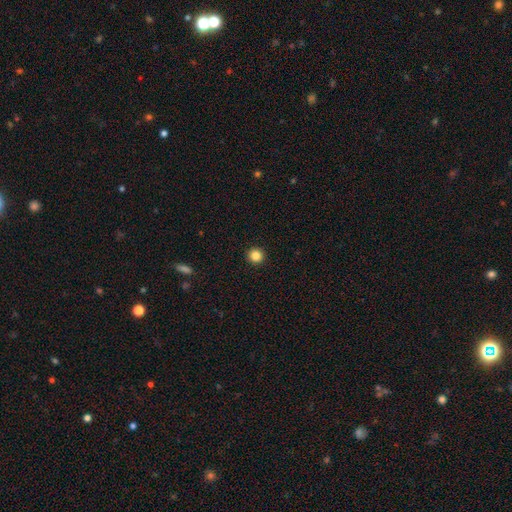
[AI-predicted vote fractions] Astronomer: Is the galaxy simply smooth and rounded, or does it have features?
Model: smooth — 85%.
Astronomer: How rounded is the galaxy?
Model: round — 96%.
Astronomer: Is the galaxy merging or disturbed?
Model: none — 94%.